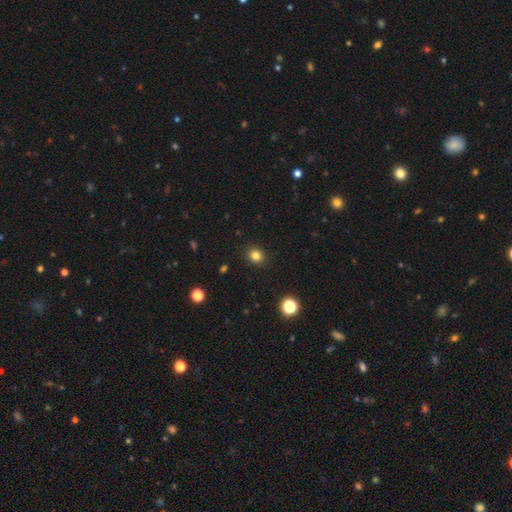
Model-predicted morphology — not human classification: smooth 82%, star or artifact 13%, featured or disk 5%. Down the decision tree: how rounded — round (77%); merging — none (91%).